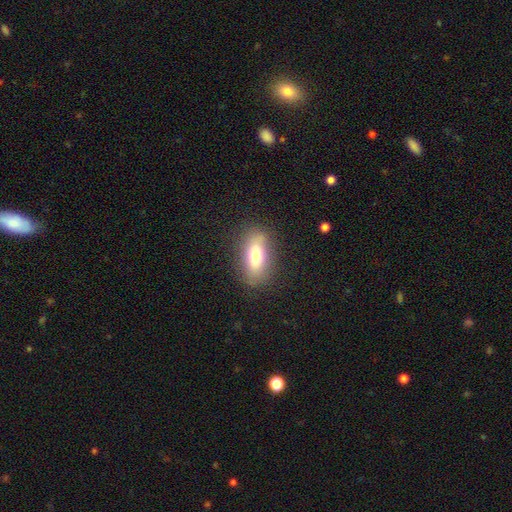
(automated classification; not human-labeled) This appears to be a smooth galaxy with no disk features (69%) that is in between round and cigar-shaped (77%). Merging: none (84%).